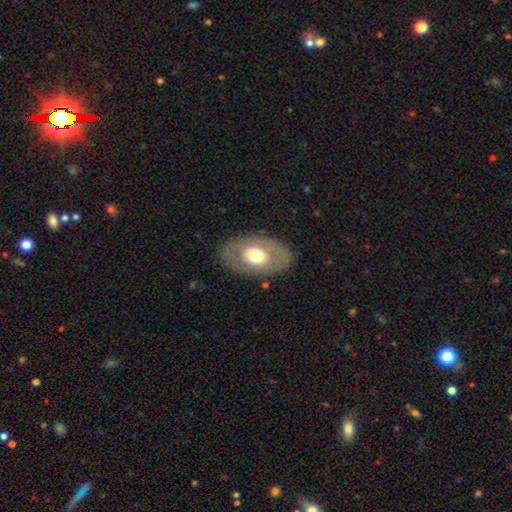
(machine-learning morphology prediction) smooth 54%, featured or disk 40%, star or artifact 6%. Down the decision tree: how rounded — in between (84%); merging — none (82%).